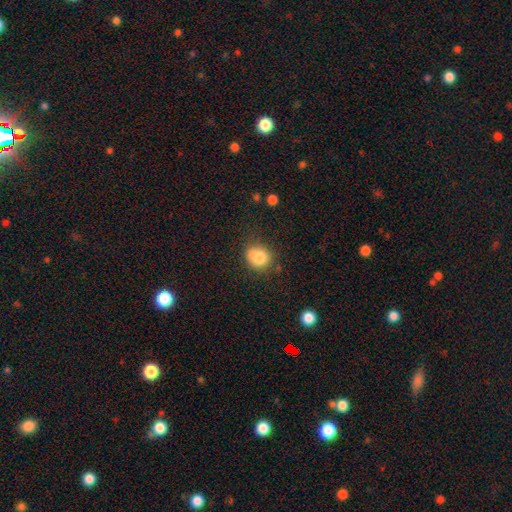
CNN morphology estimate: This is likely a smooth galaxy (79%). How rounded: likely round (68%). Merging: likely none (61%).